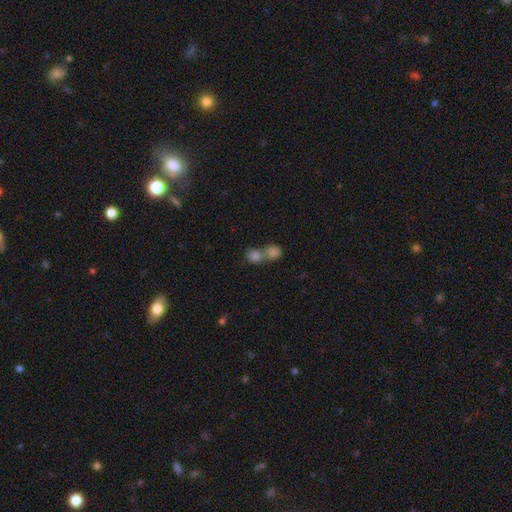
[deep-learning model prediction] Overall: smooth (79%). How rounded: round (73%). Merging: merger (59%; none 32%).